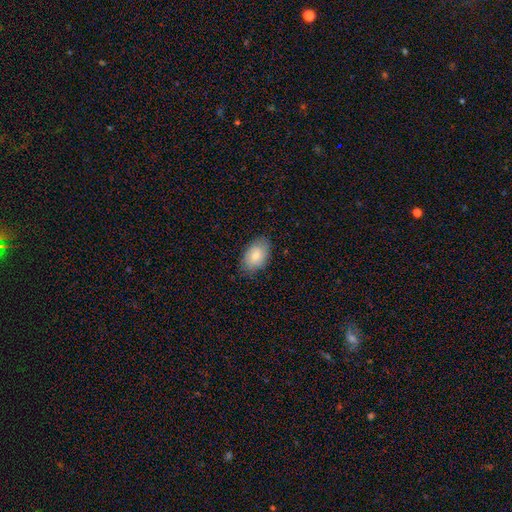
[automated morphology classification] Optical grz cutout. It shows a smooth galaxy with no disk features (75%) that is in between round and cigar-shaped (91%). Merging: none (81%).